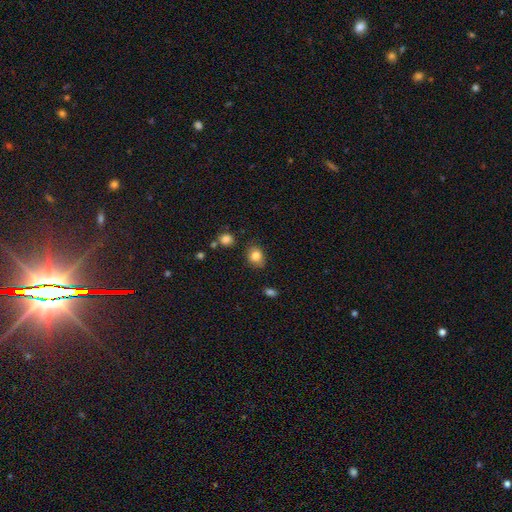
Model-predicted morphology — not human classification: The model was most divided on "how rounded": in between: 53%, round: 46%, cigar-shaped: 1%. More confident: smooth or featured — smooth (83%); merging — none (78%).